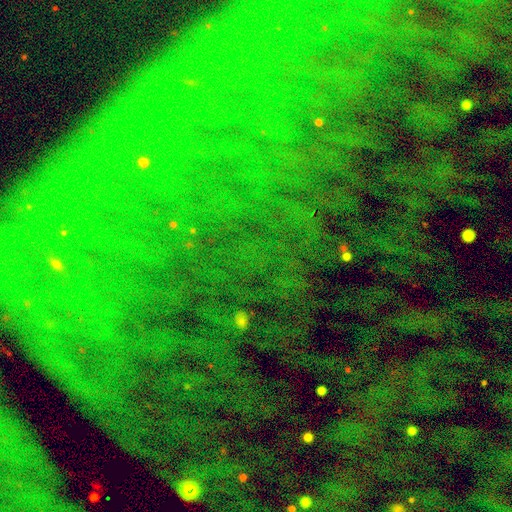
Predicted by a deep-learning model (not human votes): This appears to be a star or artifact, not a galaxy (83%).